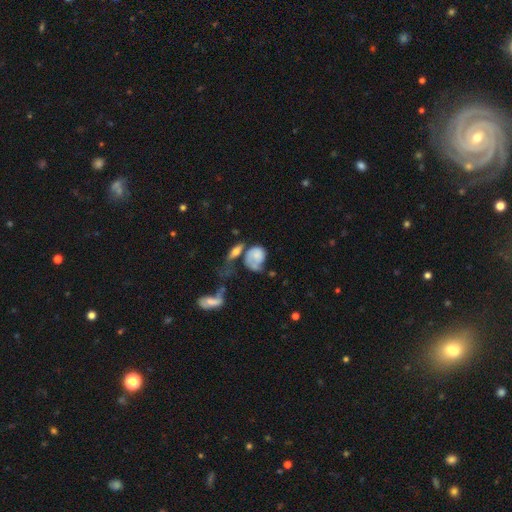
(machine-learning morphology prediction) Overall: smooth (61%; featured or disk 30%). How rounded: in between (57%; round 40%). Merging: merger (34%; major disturbance 31%).